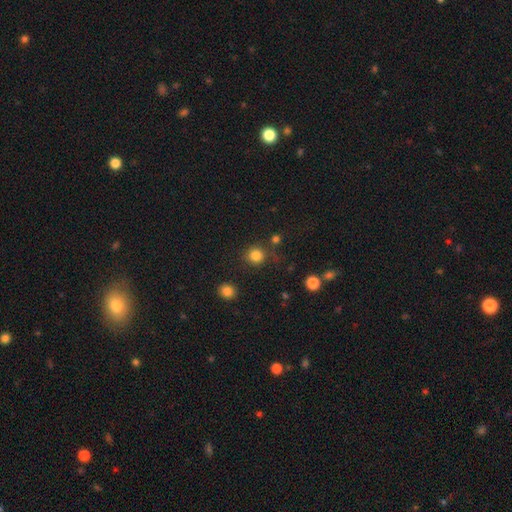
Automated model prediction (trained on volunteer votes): smooth 83%, star or artifact 13%, featured or disk 5%. Down the decision tree: how rounded — round (92%); merging — none (82%).